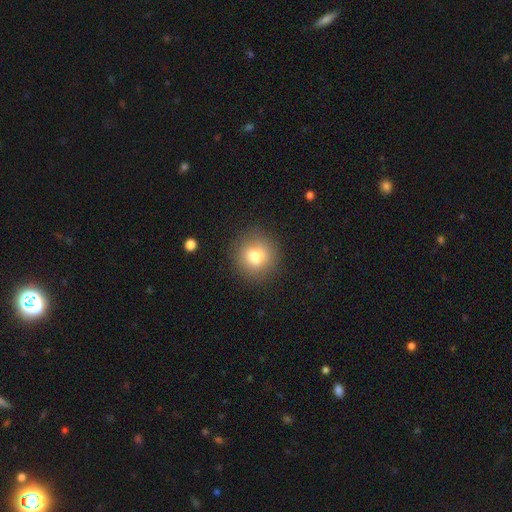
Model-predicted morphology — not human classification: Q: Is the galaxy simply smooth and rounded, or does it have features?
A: smooth — 77%.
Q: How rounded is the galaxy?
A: round — 92%.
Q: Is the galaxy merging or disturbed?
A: none — 87%.